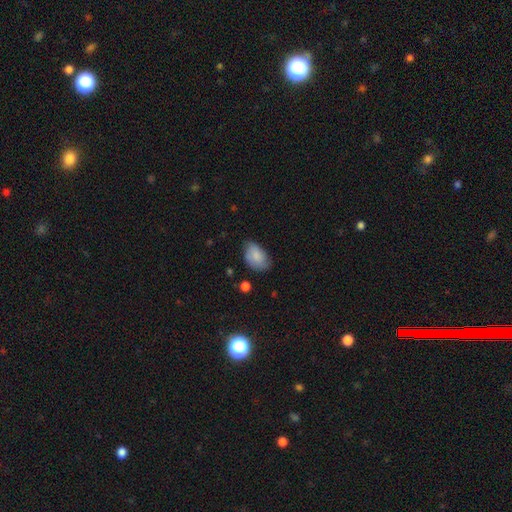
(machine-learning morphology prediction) Q: Smooth or featured?
A: smooth (81%); runner-up: featured or disk (12%)
Q: How rounded?
A: in between (90%); runner-up: round (9%)
Q: Merging?
A: none (61%); runner-up: minor disturbance (31%)